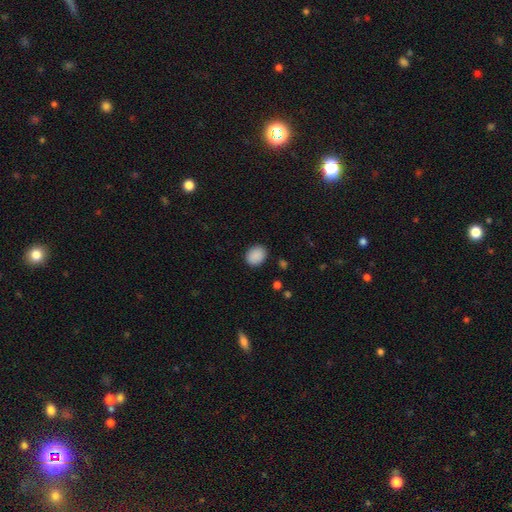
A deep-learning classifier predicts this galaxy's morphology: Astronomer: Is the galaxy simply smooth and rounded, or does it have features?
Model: smooth — 89%.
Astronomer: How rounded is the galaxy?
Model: round — 50% (runner-up: in between, 49%).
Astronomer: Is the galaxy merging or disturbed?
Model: none — 88%.